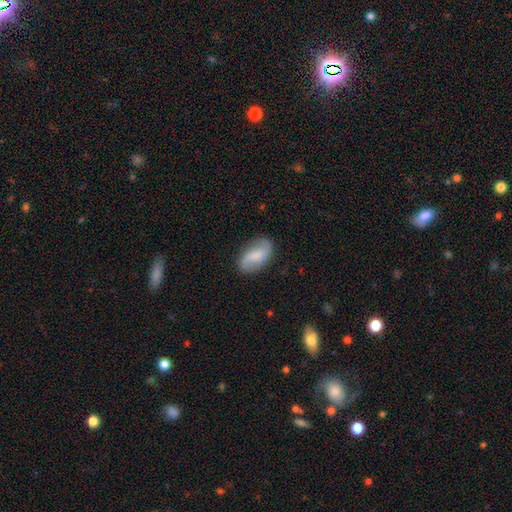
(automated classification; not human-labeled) Smooth or featured?
  - featured or disk: 55% *
  - smooth: 38%
  - star or artifact: 7%
Edge-on disk?
  - no: 96% *
  - yes: 4%
Bar?
  - weak: 50% *
  - no: 32%
  - strong: 19%
Spiral arms?
  - yes: 90% *
  - no: 10%
Bulge size?
  - small: 37% *
  - none: 30%
  - moderate: 26%
  - large: 6%
  - dominant: 2%
Merging?
  - none: 79% *
  - minor disturbance: 16%
  - major disturbance: 4%
  - merger: 1%